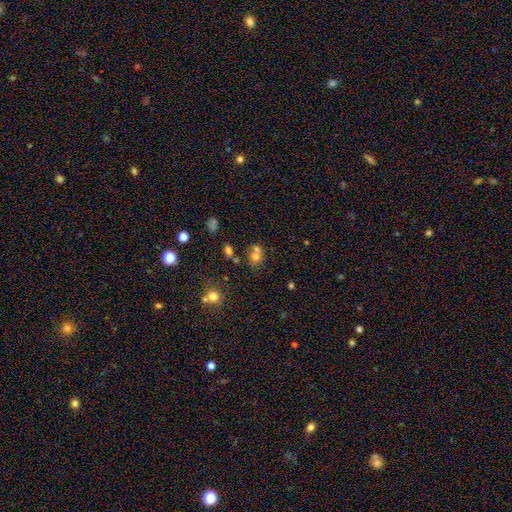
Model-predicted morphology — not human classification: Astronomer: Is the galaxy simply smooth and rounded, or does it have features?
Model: smooth — 66%.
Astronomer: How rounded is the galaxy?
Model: round — 70%.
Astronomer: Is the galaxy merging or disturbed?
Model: none — 43%, tied with merger at 43%.